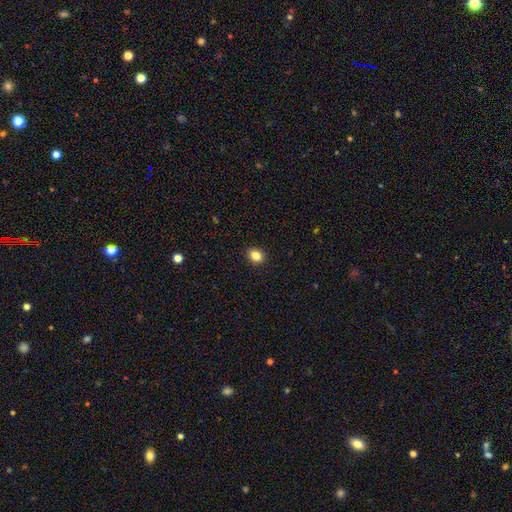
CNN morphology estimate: The model was most divided on "how rounded": in between: 55%, round: 44%, cigar-shaped: 1%. More confident: merging — none (91%); smooth or featured — smooth (84%).